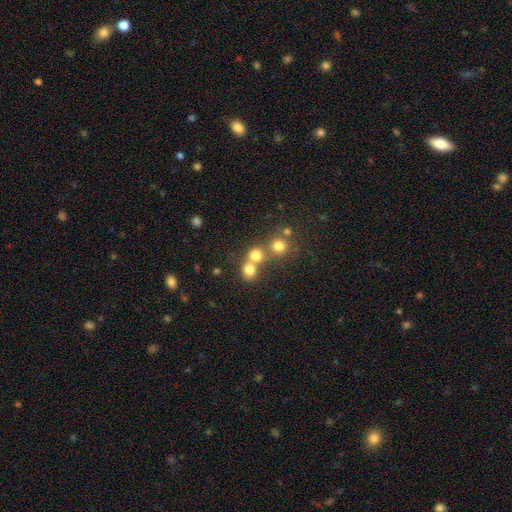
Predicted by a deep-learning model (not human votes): Smooth or featured?
  - smooth: 74% *
  - star or artifact: 15%
  - featured or disk: 11%
How rounded?
  - round: 79% *
  - in between: 19%
  - cigar-shaped: 1%
Merging?
  - merger: 46% *
  - none: 44%
  - minor disturbance: 7%
  - major disturbance: 4%